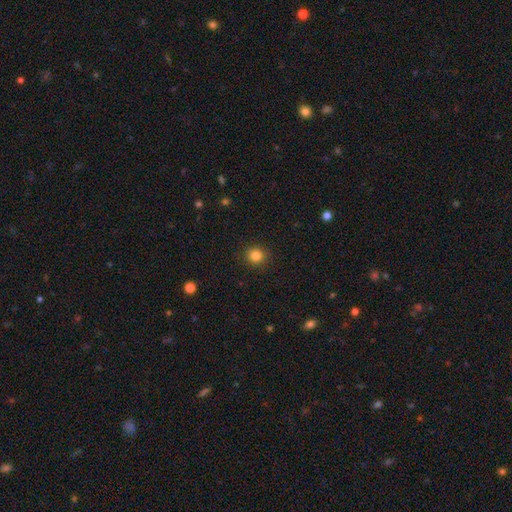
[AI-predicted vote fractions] Q: Smooth or featured?
A: smooth (84%); runner-up: star or artifact (12%)
Q: How rounded?
A: round (89%); runner-up: in between (11%)
Q: Merging?
A: none (91%); runner-up: minor disturbance (6%)